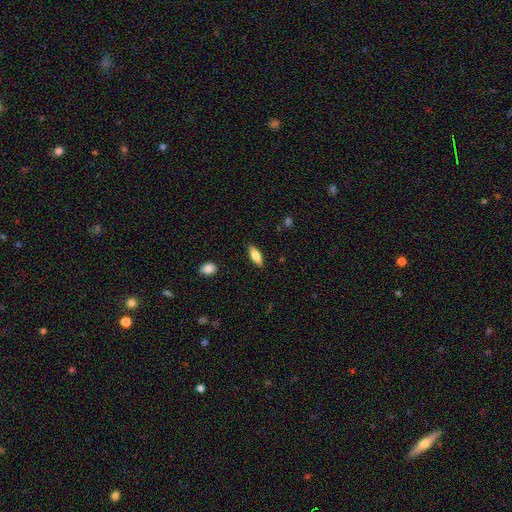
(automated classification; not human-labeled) Smooth or featured? smooth (64%)
How rounded? in between (64%)
Merging? none (87%)